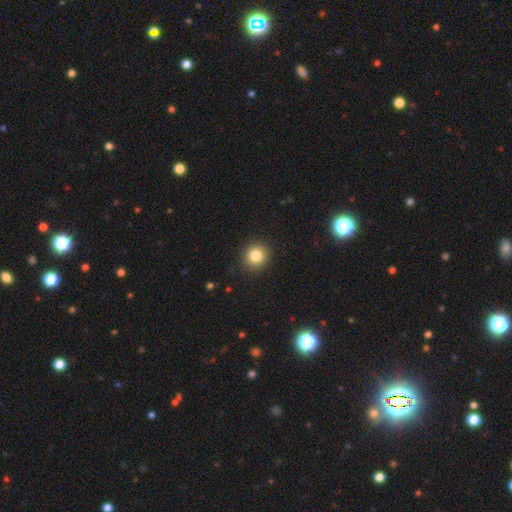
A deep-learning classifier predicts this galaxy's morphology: Smooth or featured: smooth — 83% (star or artifact — 11%)
How rounded: round — 89% (in between — 11%)
Merging: none — 91% (minor disturbance — 6%)